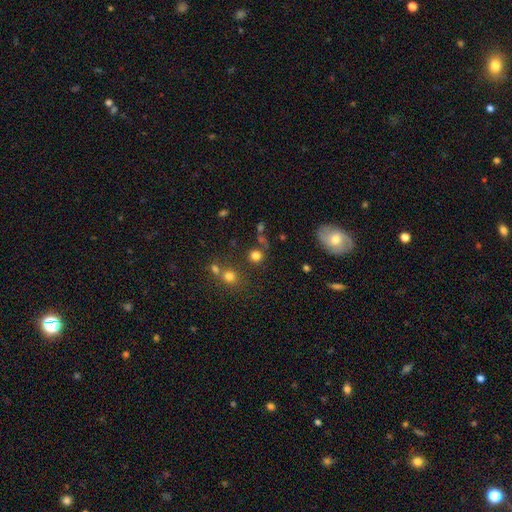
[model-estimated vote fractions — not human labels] Smooth or featured?
  - smooth: 76% *
  - star or artifact: 17%
  - featured or disk: 7%
How rounded?
  - round: 90% *
  - in between: 9%
  - cigar-shaped: 1%
Merging?
  - none: 71% *
  - merger: 14%
  - minor disturbance: 10%
  - major disturbance: 6%